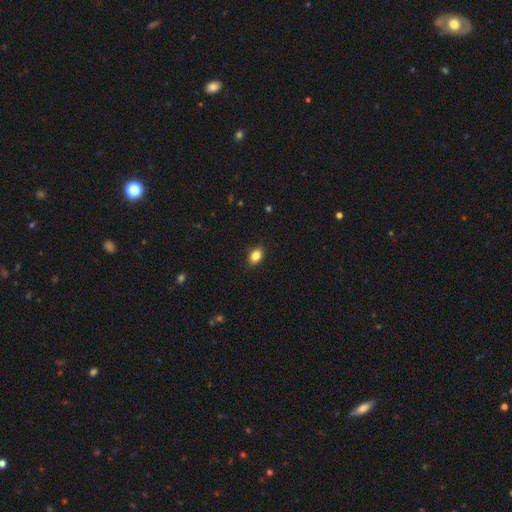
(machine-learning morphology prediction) This appears to be a smooth galaxy with no disk features (84%) that is in between round and cigar-shaped (78%). Merging: none (88%).